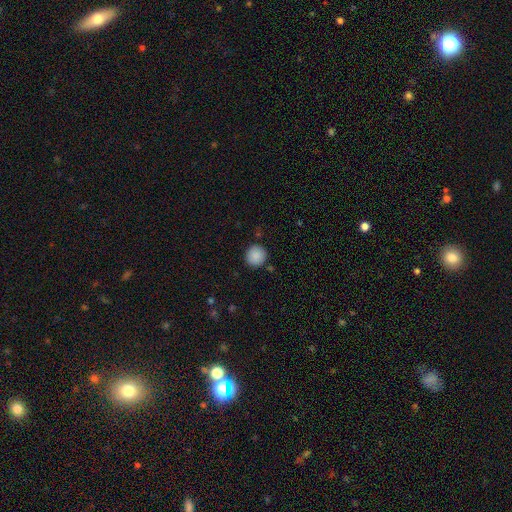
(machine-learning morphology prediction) Q: Smooth or featured?
A: smooth (89%); runner-up: star or artifact (8%)
Q: How rounded?
A: round (93%); runner-up: in between (6%)
Q: Merging?
A: none (89%); runner-up: minor disturbance (7%)